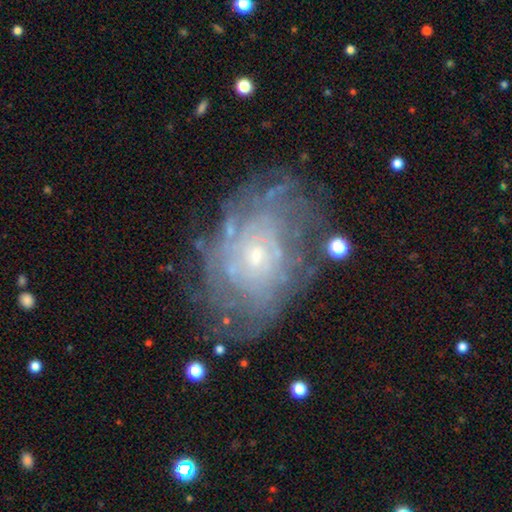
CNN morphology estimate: A featured or disk galaxy (74%) with no bar (83%), tight (68%) spiral arms (74%) and a small central bulge (76%). Merging: none (67%).